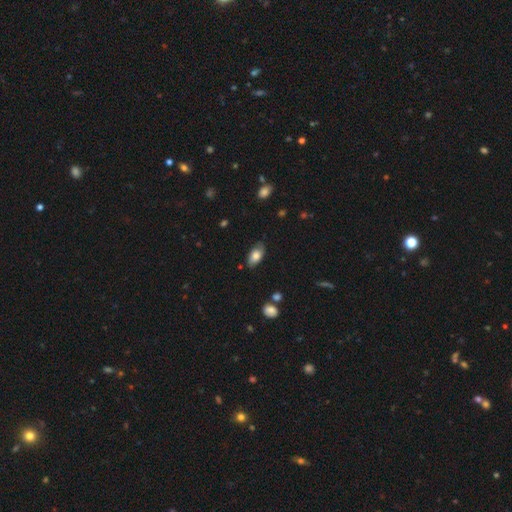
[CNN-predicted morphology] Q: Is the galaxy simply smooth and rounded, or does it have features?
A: smooth — 75%.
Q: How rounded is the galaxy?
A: in between — 92%.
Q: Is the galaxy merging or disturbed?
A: none — 75%.